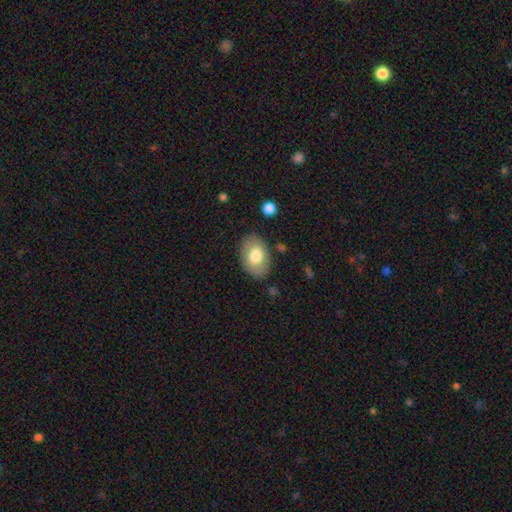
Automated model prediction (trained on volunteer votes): Smooth or featured: smooth — 74% (featured or disk — 19%)
How rounded: in between — 88% (round — 11%)
Merging: none — 83% (minor disturbance — 12%)